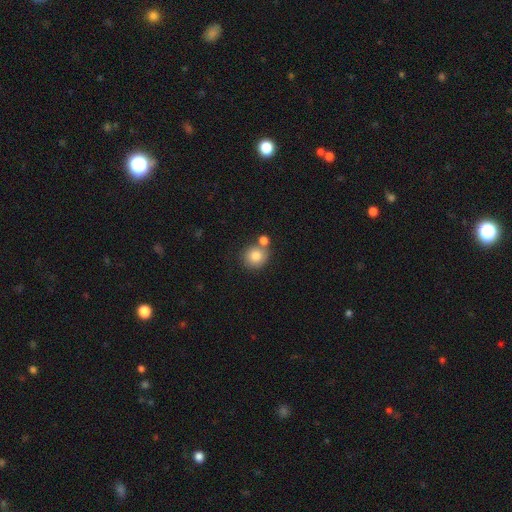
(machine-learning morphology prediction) Overall: smooth (83%). How rounded: round (88%). Merging: none (62%; merger 25%).